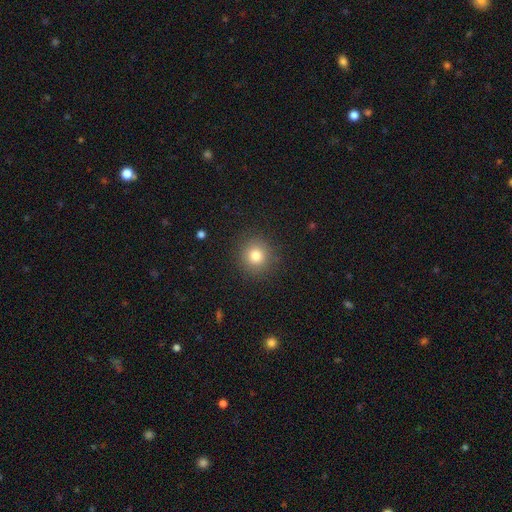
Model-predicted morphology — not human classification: smooth 81%, star or artifact 12%, featured or disk 7%. Down the decision tree: how rounded — round (91%); merging — none (89%).